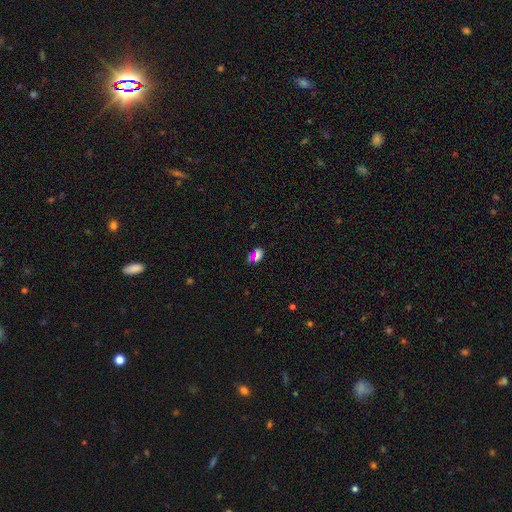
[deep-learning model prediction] The model was most divided on "smooth or featured": smooth: 59%, star or artifact: 29%, featured or disk: 11%. More confident: how rounded — in between (77%); merging — none (58%).